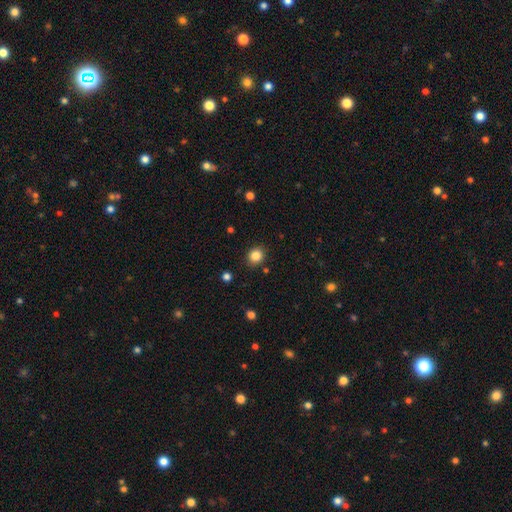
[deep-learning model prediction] The model was most divided on "how rounded": round: 78%, in between: 22%, cigar-shaped: 1%. More confident: merging — none (88%); smooth or featured — smooth (84%).